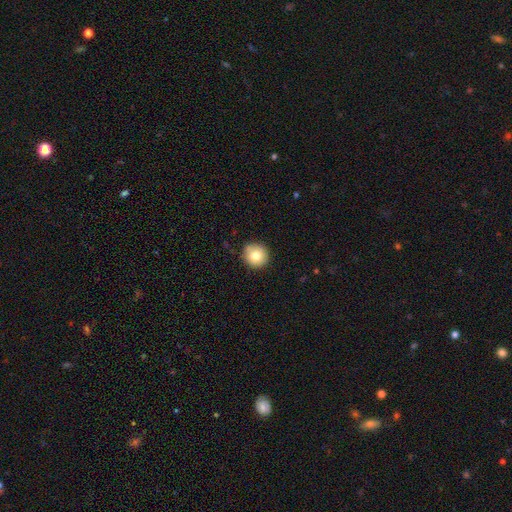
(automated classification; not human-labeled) Smooth or featured: smooth — 79% (featured or disk — 12%)
How rounded: round — 94% (in between — 5%)
Merging: none — 90% (minor disturbance — 7%)